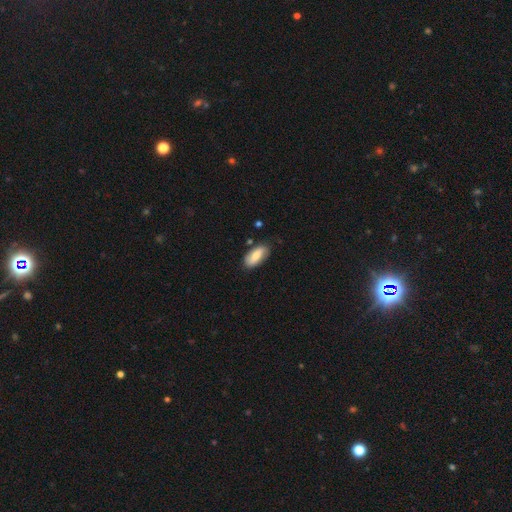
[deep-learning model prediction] The model was most divided on "smooth or featured": smooth: 70%, featured or disk: 24%, star or artifact: 6%. More confident: how rounded — in between (87%); merging — none (79%).